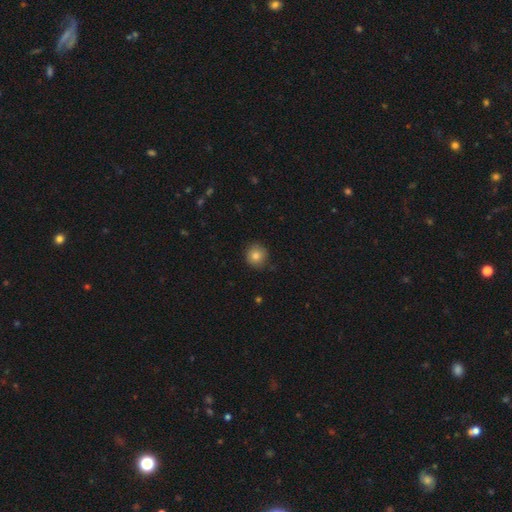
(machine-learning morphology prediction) type=smooth (82%); roundness=round (93%); merging=none (86%).